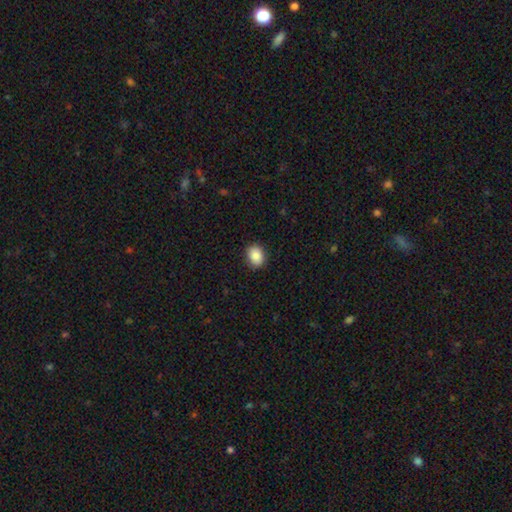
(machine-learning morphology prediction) The model was most divided on "how rounded": in between: 54%, round: 45%, cigar-shaped: 1%. More confident: merging — none (88%); smooth or featured — smooth (88%).